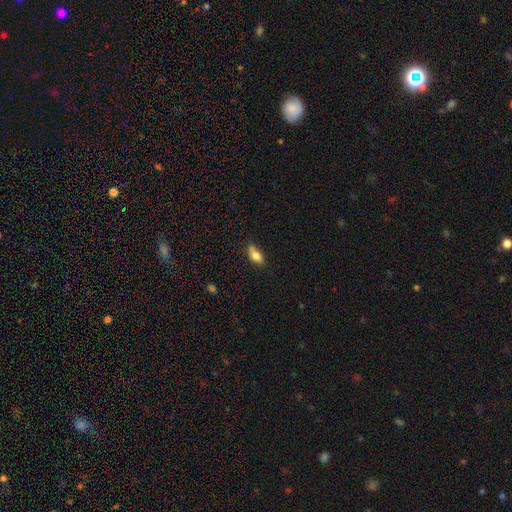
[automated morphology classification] Q: Smooth or featured?
A: smooth (81%); runner-up: featured or disk (11%)
Q: How rounded?
A: in between (86%); runner-up: cigar-shaped (8%)
Q: Merging?
A: none (53%); runner-up: minor disturbance (34%)